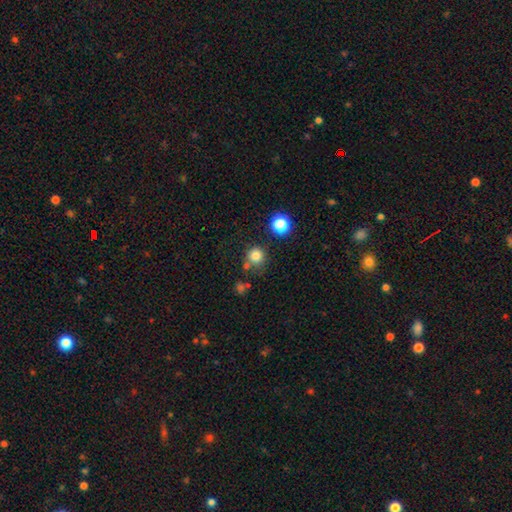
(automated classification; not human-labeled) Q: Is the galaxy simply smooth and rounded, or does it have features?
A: smooth — 81%.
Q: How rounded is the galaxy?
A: round — 93%.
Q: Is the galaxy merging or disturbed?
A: none — 75%.